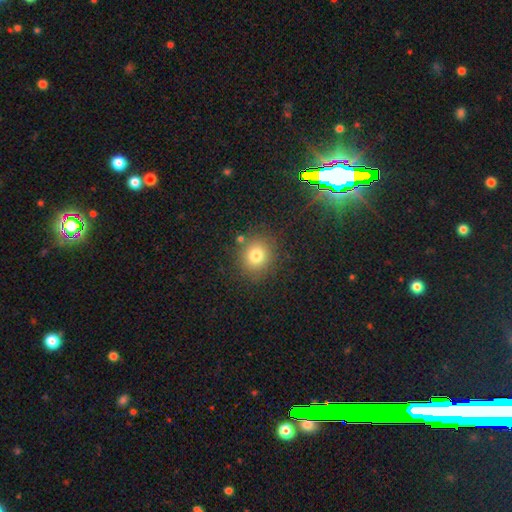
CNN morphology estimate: This appears to be a smooth galaxy with no disk features (69%) that is round (83%). Merging: none (87%).